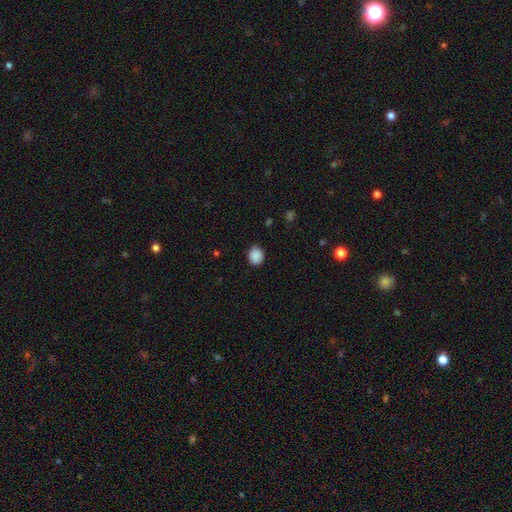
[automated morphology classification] smooth 89%, star or artifact 9%, featured or disk 2%. Down the decision tree: how rounded — round (64%); merging — none (88%).